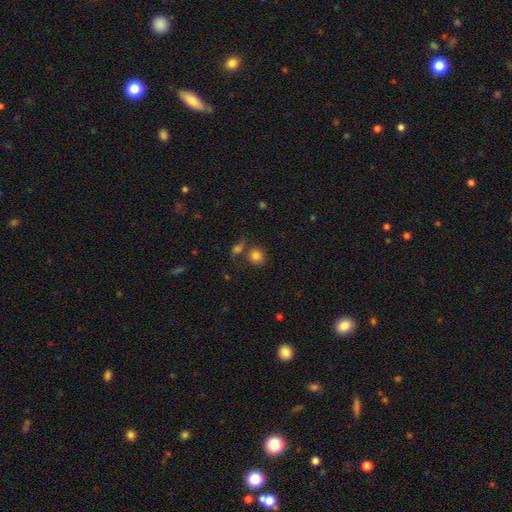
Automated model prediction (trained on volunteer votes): smooth-or-featured: smooth: 81% | star or artifact: 11% | featured or disk: 8%
  how-rounded: round: 80% | in between: 19% | cigar-shaped: 1%
  merging: none: 58% | merger: 25% | minor disturbance: 11% | major disturbance: 6%